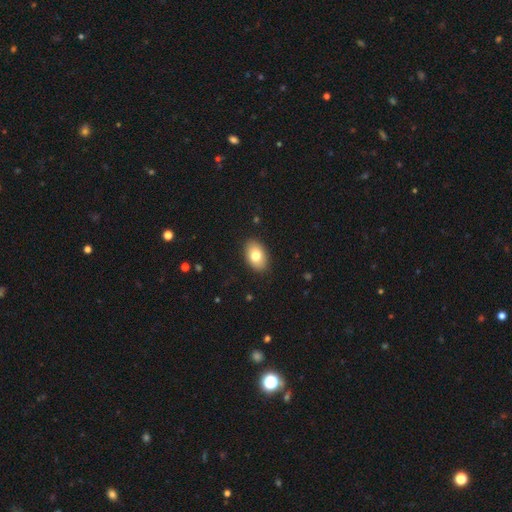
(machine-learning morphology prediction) Smooth or featured? Predicted: smooth (p=0.78). How rounded? Predicted: in between (p=0.89). Merging? Predicted: none (p=0.88).